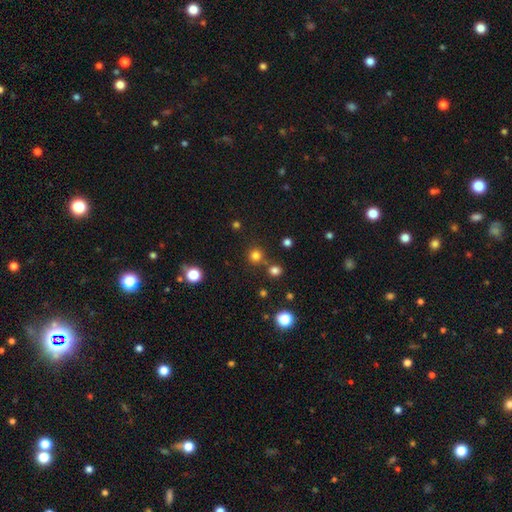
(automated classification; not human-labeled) Smooth or featured: smooth — 77% (star or artifact — 18%)
How rounded: round — 93% (in between — 6%)
Merging: none — 76% (merger — 14%)